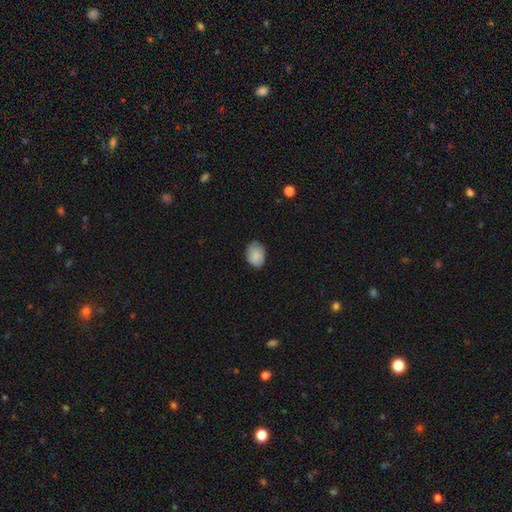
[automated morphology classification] Overall: smooth (86%). How rounded: in between (74%). Merging: none (76%).